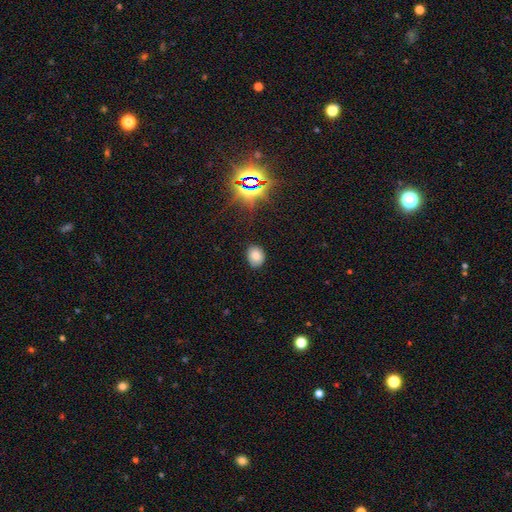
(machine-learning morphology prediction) Overall: smooth (79%). How rounded: in between (55%; round 45%). Merging: none (85%).